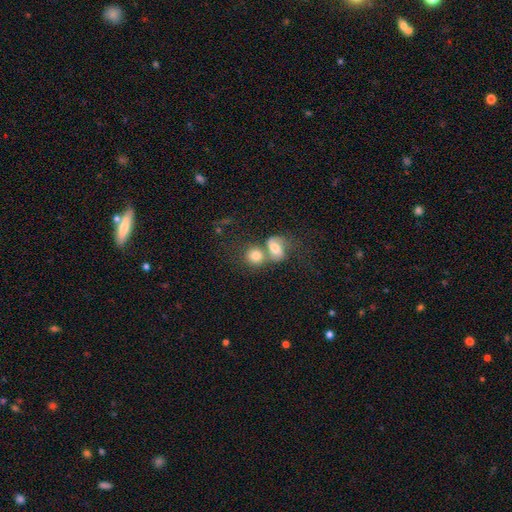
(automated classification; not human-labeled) This appears to be a smooth galaxy with no disk features (70%) that is round (68%). Merging: merger (61%).